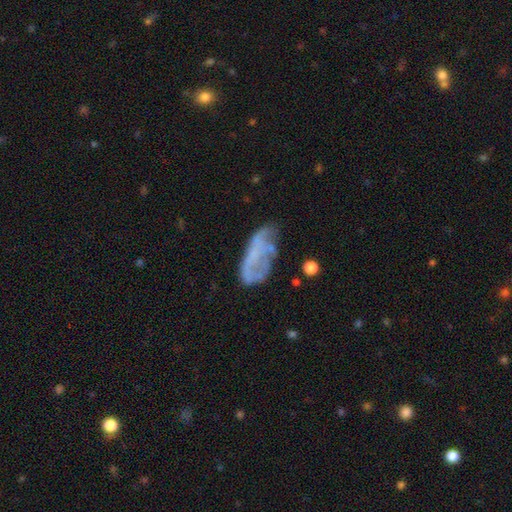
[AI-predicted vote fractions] Smooth or featured? featured or disk (49%)
Merging? none (38%)